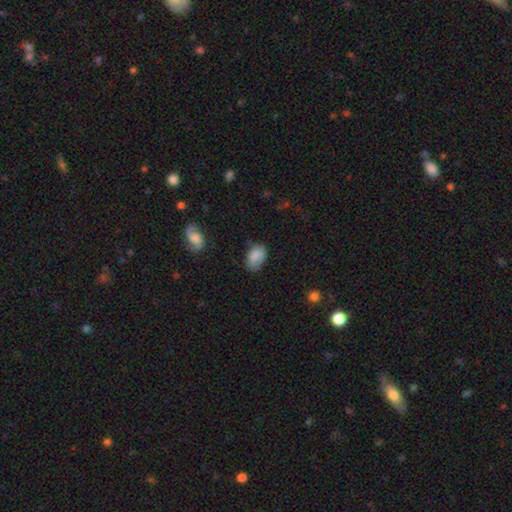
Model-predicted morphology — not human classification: type=smooth (84%); roundness=in between (87%); merging=none (63%).